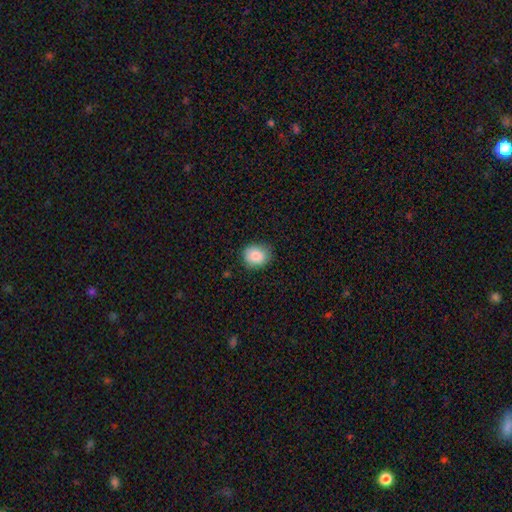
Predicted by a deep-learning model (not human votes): smooth 86%, star or artifact 8%, featured or disk 6%. Down the decision tree: how rounded — round (60%); merging — none (82%).